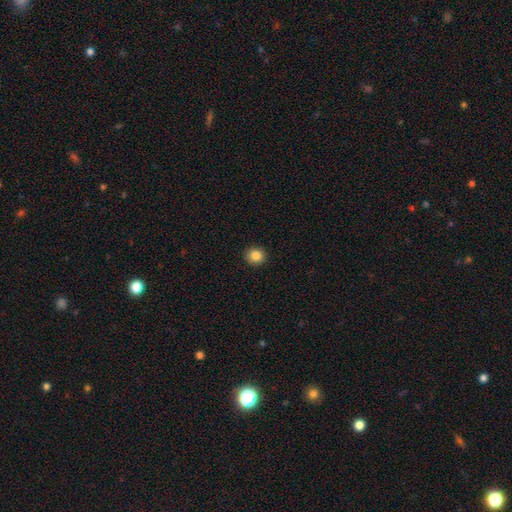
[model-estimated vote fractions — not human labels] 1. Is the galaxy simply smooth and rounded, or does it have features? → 85% smooth, 10% star or artifact, 5% featured or disk.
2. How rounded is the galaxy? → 86% round, 13% in between, 1% cigar-shaped.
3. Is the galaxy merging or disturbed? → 92% none, 6% minor disturbance, 2% major disturbance, 1% merger.